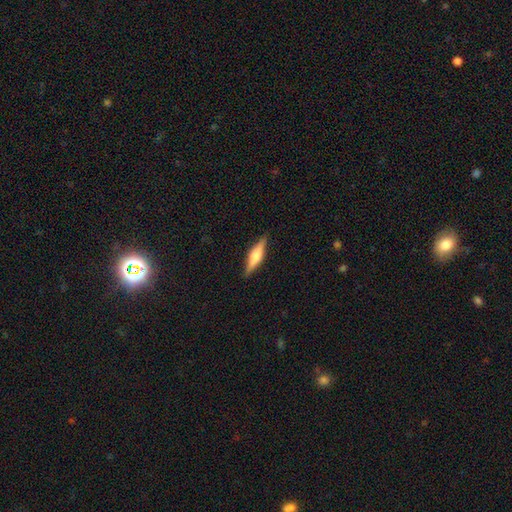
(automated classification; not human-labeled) The model was most divided on "smooth or featured": featured or disk: 59%, smooth: 35%, star or artifact: 6%. More confident: edge-on disk — yes (97%); merging — none (89%); edge-on bulge — rounded (85%).